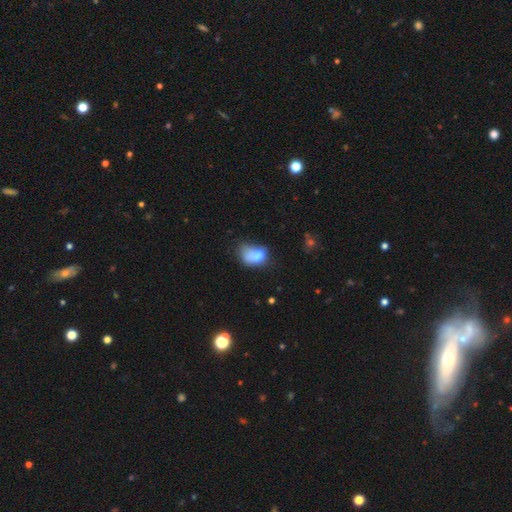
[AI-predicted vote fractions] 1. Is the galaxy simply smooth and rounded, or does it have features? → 72% smooth, 18% featured or disk, 11% star or artifact.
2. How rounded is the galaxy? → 80% in between, 19% round, 1% cigar-shaped.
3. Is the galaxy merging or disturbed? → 28% minor disturbance, 26% major disturbance, 23% none, 22% merger.